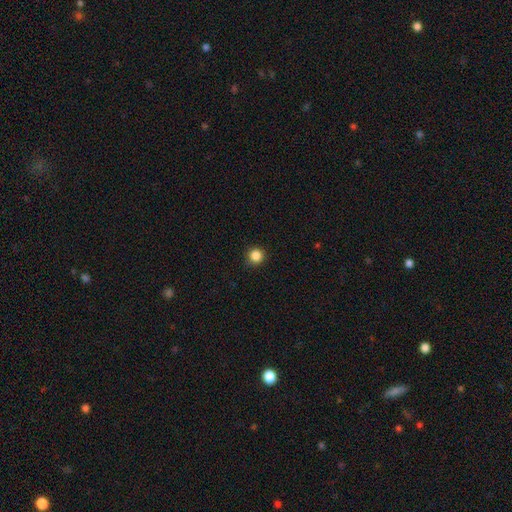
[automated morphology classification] A smooth galaxy with no disk features (85%) that is round (94%).

Vote fractions:
- Smooth or featured? smooth: 85% / star or artifact: 11% / featured or disk: 3%
- How rounded? round: 94% / in between: 5% / cigar-shaped: 1%
- Merging? none: 91% / minor disturbance: 6% / major disturbance: 2% / merger: 1%